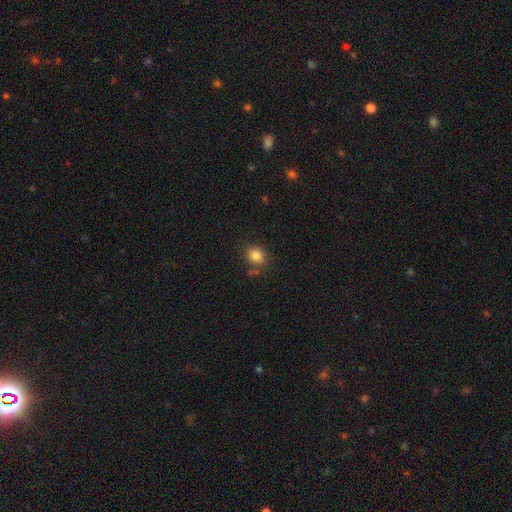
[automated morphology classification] smooth-or-featured: smooth: 84% | star or artifact: 11% | featured or disk: 5%
  how-rounded: round: 69% | in between: 30% | cigar-shaped: 1%
  merging: none: 79% | minor disturbance: 12% | merger: 5% | major disturbance: 4%